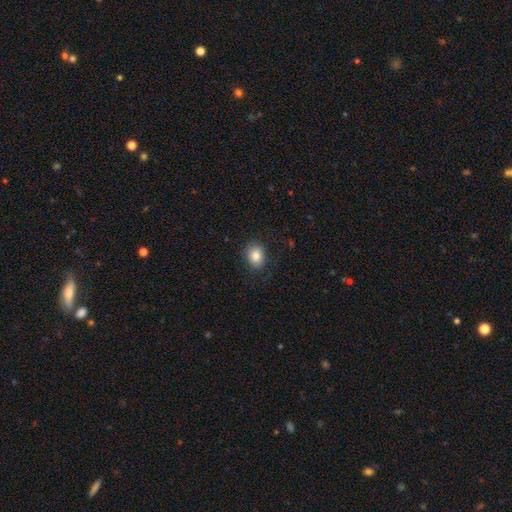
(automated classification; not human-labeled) Smooth or featured: smooth — 85% (star or artifact — 9%)
How rounded: round — 52% (in between — 47%)
Merging: none — 83% (minor disturbance — 13%)